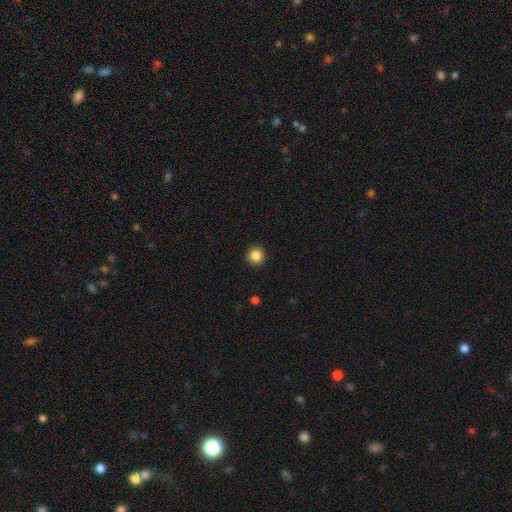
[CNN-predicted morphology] Smooth or featured?
  - smooth: 85% *
  - star or artifact: 11%
  - featured or disk: 4%
How rounded?
  - round: 94% *
  - in between: 5%
  - cigar-shaped: 1%
Merging?
  - none: 92% *
  - minor disturbance: 5%
  - major disturbance: 2%
  - merger: 1%